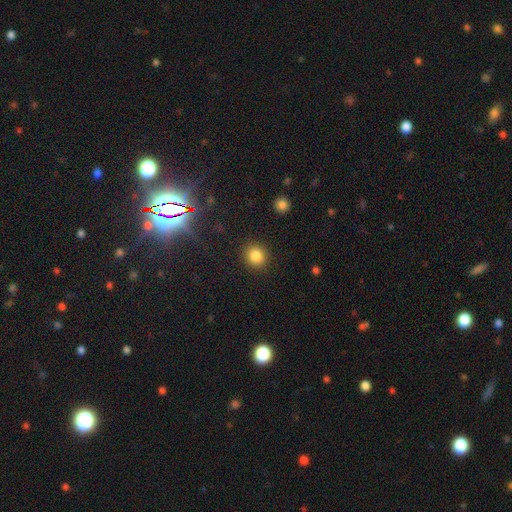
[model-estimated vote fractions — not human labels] This appears to be a smooth galaxy with no disk features (83%) that is round (86%). Merging: none (90%).